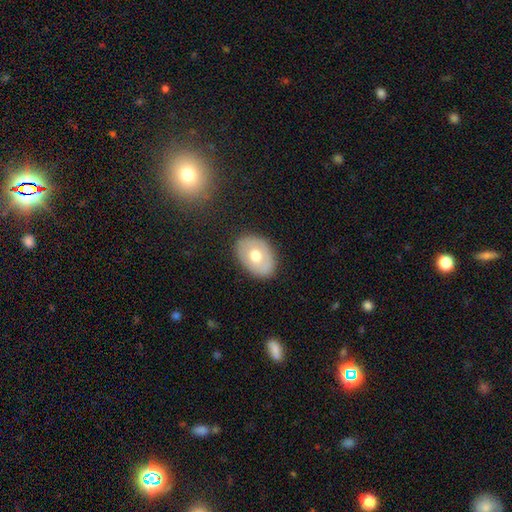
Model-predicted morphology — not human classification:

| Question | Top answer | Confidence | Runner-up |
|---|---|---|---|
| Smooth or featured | smooth | 58% | featured or disk (36%) |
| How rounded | in between | 81% | round (18%) |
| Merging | none | 84% | minor disturbance (12%) |